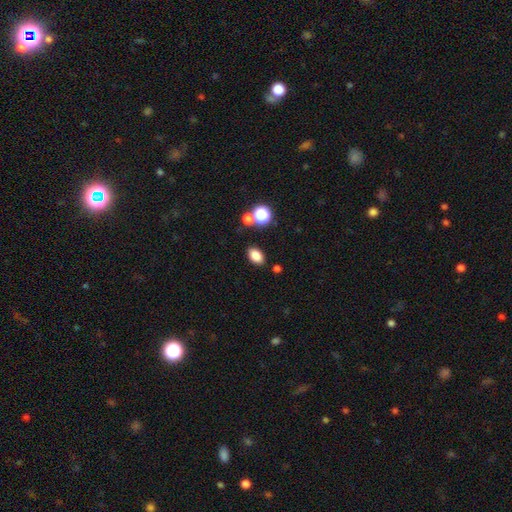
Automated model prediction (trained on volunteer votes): Smooth or featured? smooth (83%)
How rounded? in between (84%)
Merging? none (84%)